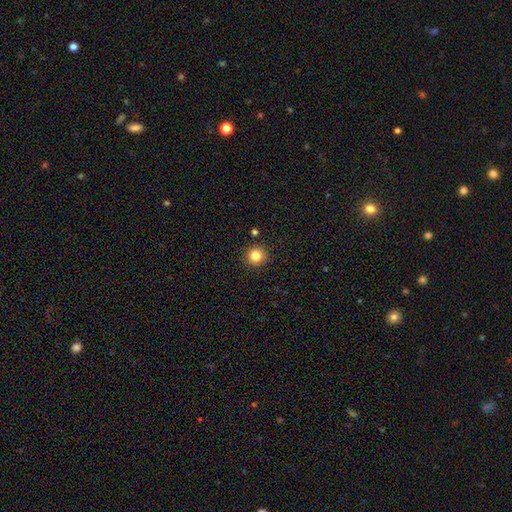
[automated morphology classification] A smooth galaxy with no disk features (83%) that is round (93%).

Vote fractions:
- Smooth or featured? smooth: 83% / star or artifact: 12% / featured or disk: 5%
- How rounded? round: 93% / in between: 6% / cigar-shaped: 1%
- Merging? none: 90% / minor disturbance: 6% / merger: 2% / major disturbance: 2%